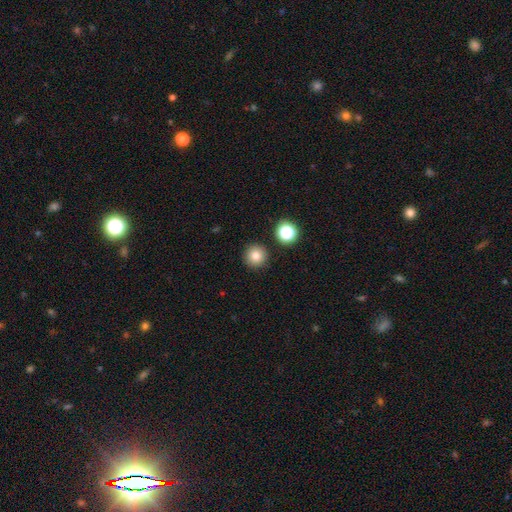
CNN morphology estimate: This appears to be a smooth galaxy with no disk features (81%) that is round (96%). Merging: none (90%).